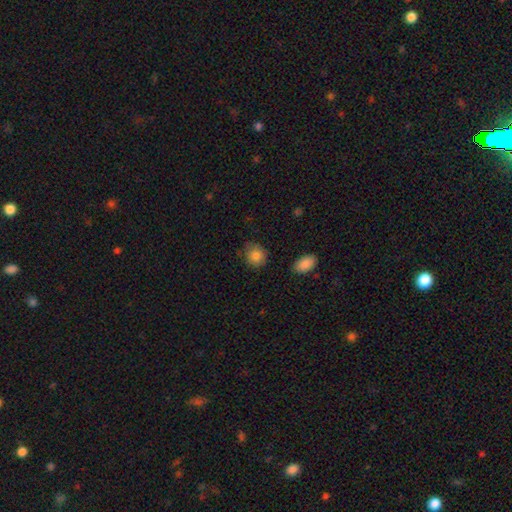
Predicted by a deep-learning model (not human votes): Overall: smooth (85%). How rounded: round (78%). Merging: none (76%).